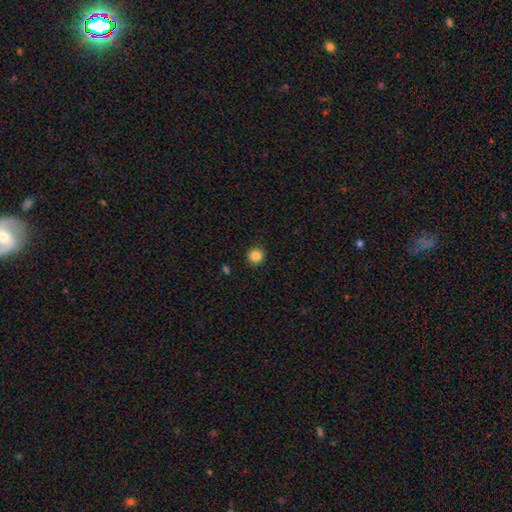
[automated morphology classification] smooth-or-featured: smooth: 86% | star or artifact: 11% | featured or disk: 4%
  how-rounded: round: 95% | in between: 4% | cigar-shaped: 1%
  merging: none: 92% | minor disturbance: 5% | major disturbance: 2% | merger: 1%